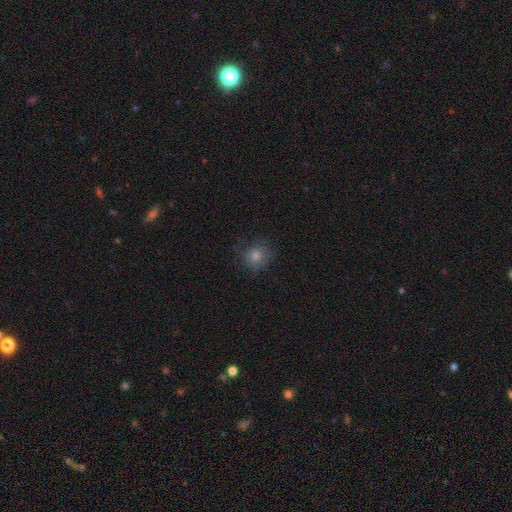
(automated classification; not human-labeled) smooth_or_featured: smooth (p=0.68) [alt: star or artifact p=0.19]
how_rounded: round (p=0.84) [alt: in between p=0.14]
merging: none (p=0.75) [alt: minor disturbance p=0.16]